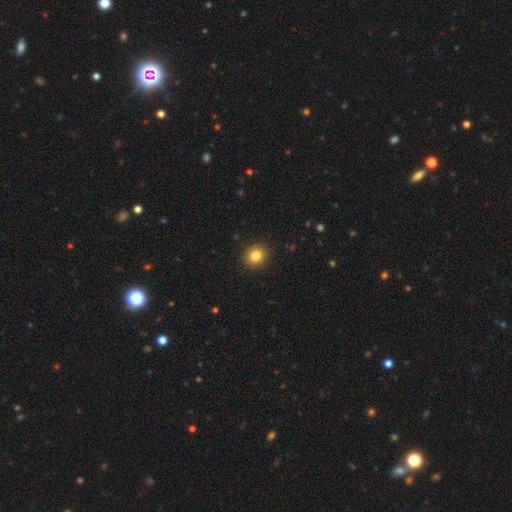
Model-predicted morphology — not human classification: Smooth or featured: smooth — 83% (star or artifact — 10%)
How rounded: round — 75% (in between — 24%)
Merging: none — 91% (minor disturbance — 6%)